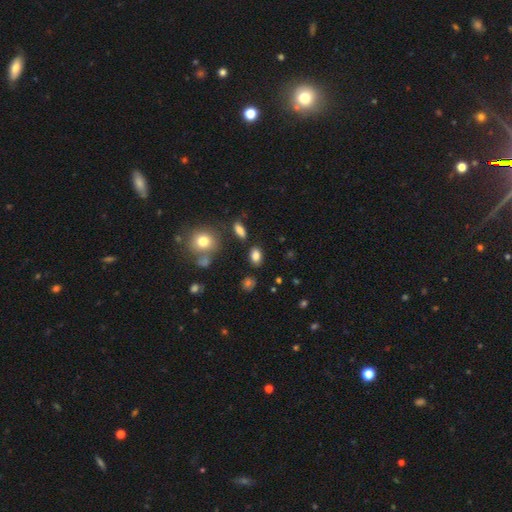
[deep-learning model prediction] Smooth or featured? smooth (81%)
How rounded? in between (82%)
Merging? none (82%)